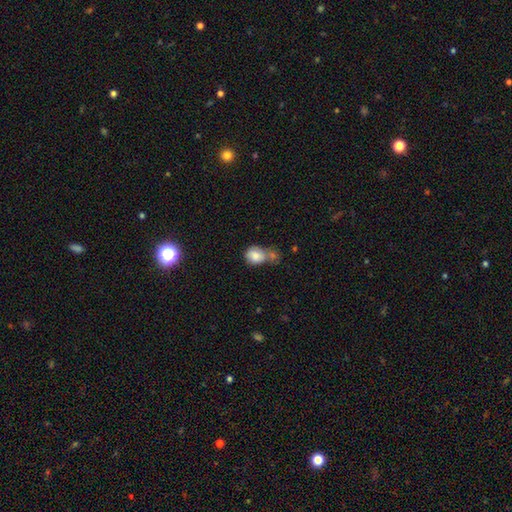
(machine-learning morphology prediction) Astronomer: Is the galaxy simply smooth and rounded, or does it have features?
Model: smooth — 81%.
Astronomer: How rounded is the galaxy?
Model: in between — 54% (runner-up: round, 44%).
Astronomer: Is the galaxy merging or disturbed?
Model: merger — 45% (runner-up: none, 28%).